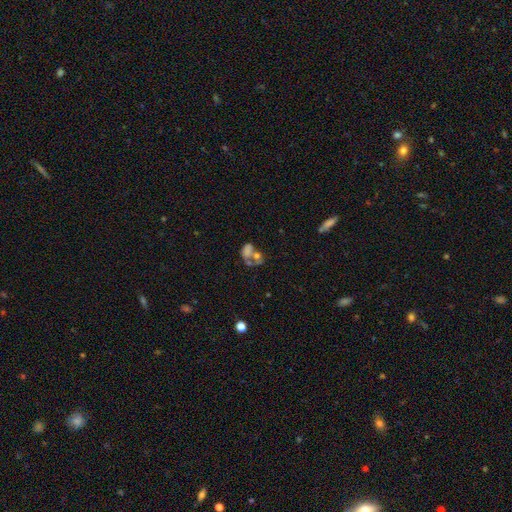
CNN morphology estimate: type=smooth (41%); merging=merger (49%).